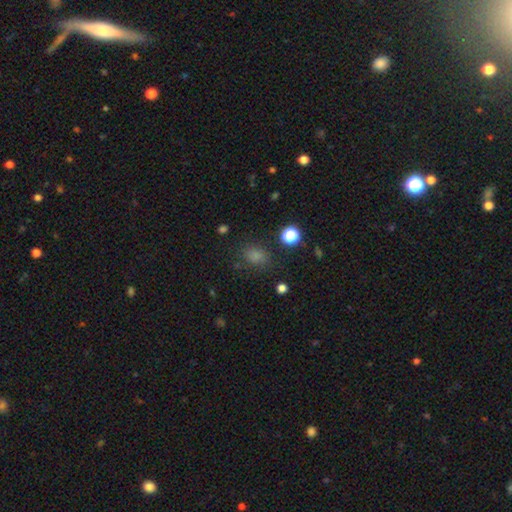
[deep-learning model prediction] smooth_or_featured: smooth (p=0.75) [alt: star or artifact p=0.19]
how_rounded: in between (p=0.56) [alt: round p=0.43]
merging: none (p=0.76) [alt: minor disturbance p=0.15]